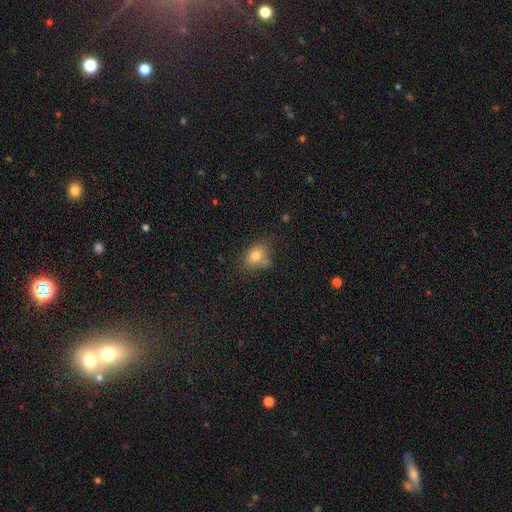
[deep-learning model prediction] A smooth galaxy with no disk features (78%) that is in between round and cigar-shaped (63%). Merging: none (60%).